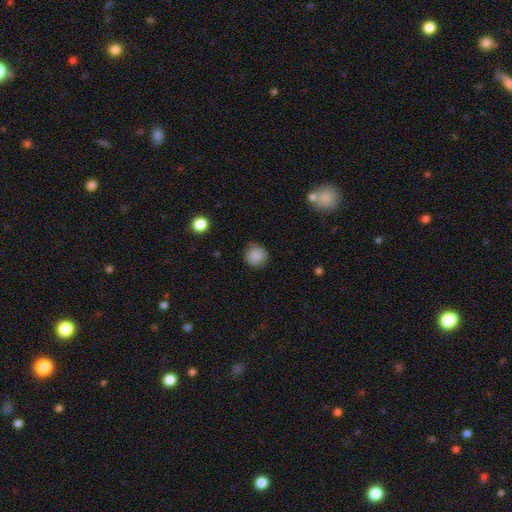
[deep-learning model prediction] Smooth or featured? smooth (87%)
How rounded? round (92%)
Merging? none (82%)